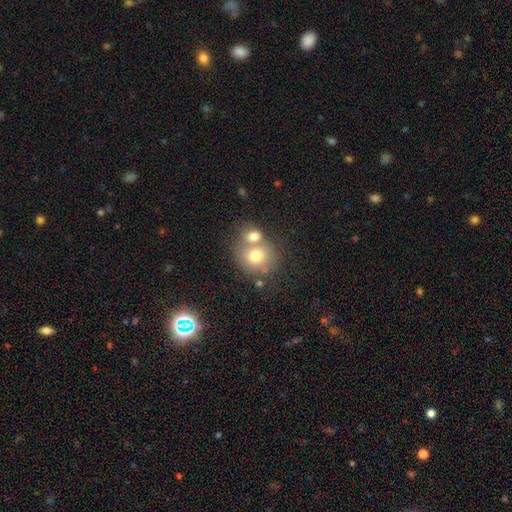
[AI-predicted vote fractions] Smooth or featured: smooth — 72% (featured or disk — 17%)
How rounded: round — 76% (in between — 23%)
Merging: merger — 48% (none — 39%)